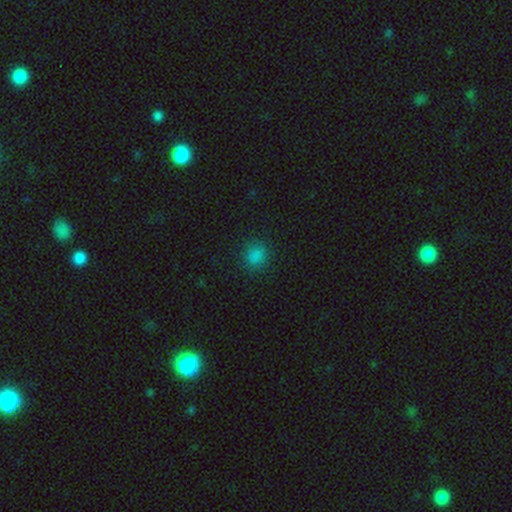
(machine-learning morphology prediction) Overall: smooth (82%). How rounded: round (82%). Merging: none (88%).